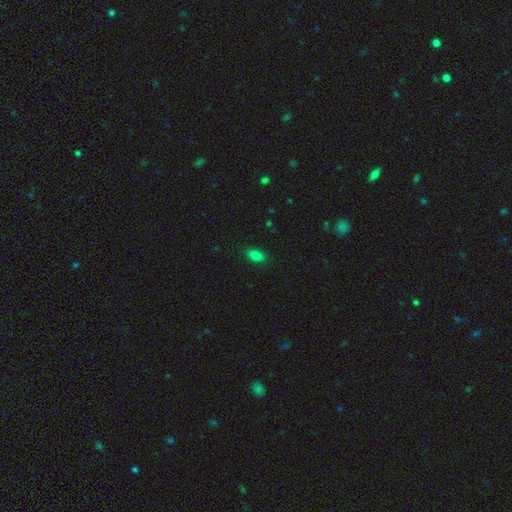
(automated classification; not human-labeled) Smooth or featured? Predicted: smooth (p=0.81). How rounded? Predicted: in between (p=0.84). Merging? Predicted: none (p=0.85).